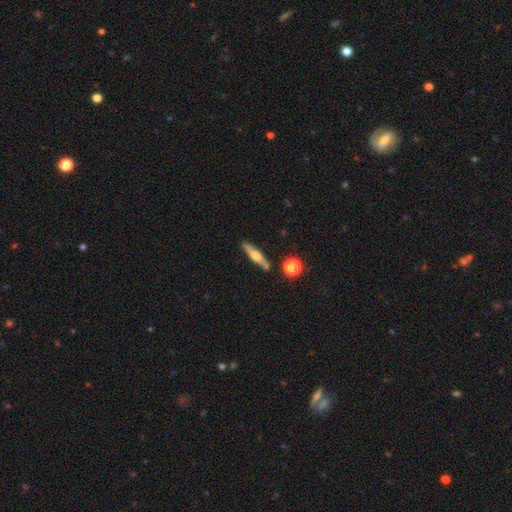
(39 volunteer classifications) featured or disk 54%, smooth 36%, star or artifact 10%. Down the decision tree: edge-on disk — yes (95%); edge-on bulge — rounded (95%); merging — none (91%).